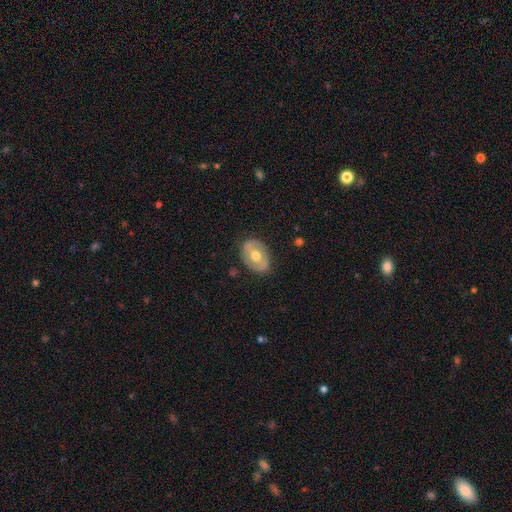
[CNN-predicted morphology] This appears to be a featured or disk galaxy (48%). Merging: none (82%).